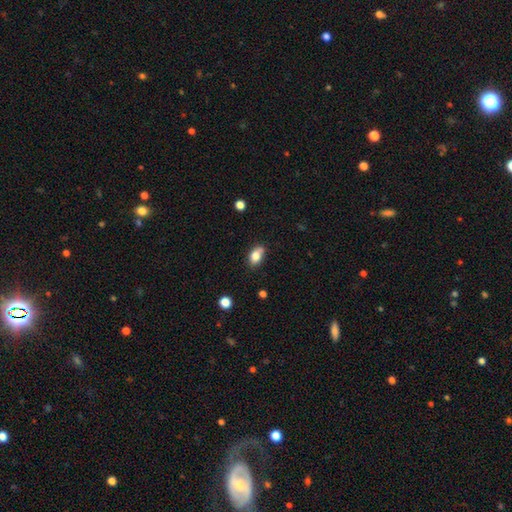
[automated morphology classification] This is clearly a smooth galaxy (81%). How rounded: clearly in between (83%). Merging: likely none (61%).